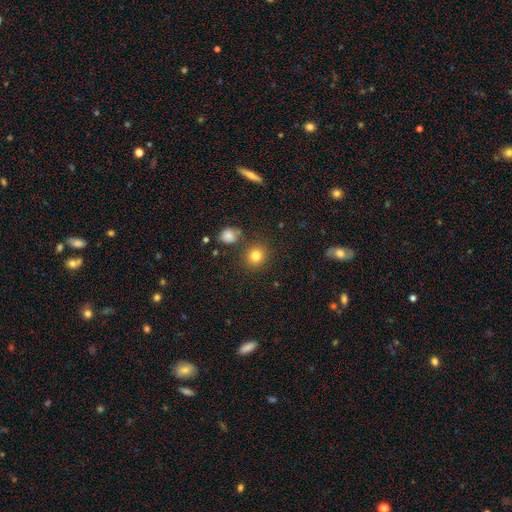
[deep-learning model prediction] Overall: smooth (81%). How rounded: round (84%). Merging: none (82%).